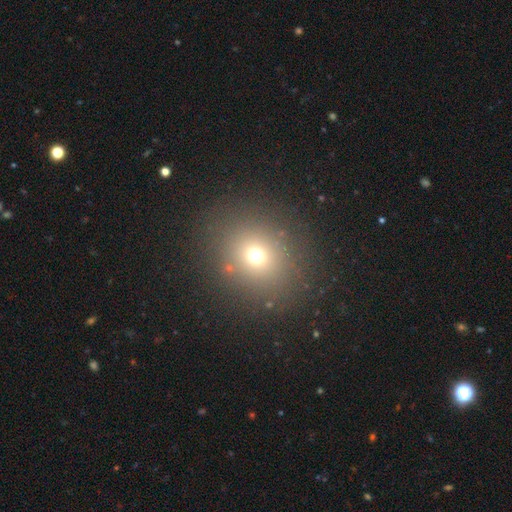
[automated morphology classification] smooth_or_featured: smooth (p=0.67) [alt: star or artifact p=0.23]
how_rounded: round (p=0.81) [alt: in between p=0.18]
merging: none (p=0.84) [alt: minor disturbance p=0.08]